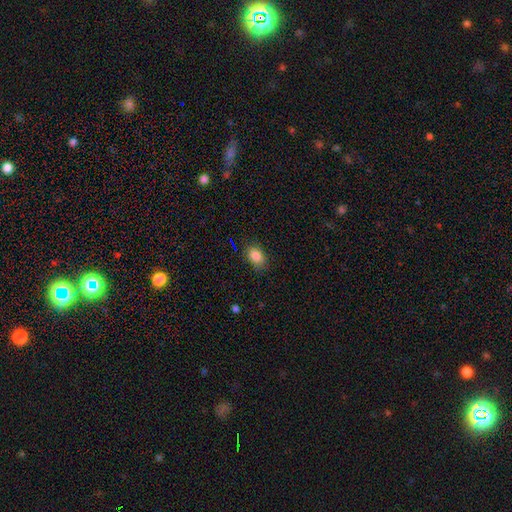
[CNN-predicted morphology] A smooth galaxy with no disk features (85%) that is in between round and cigar-shaped (77%). Merging: none (82%).